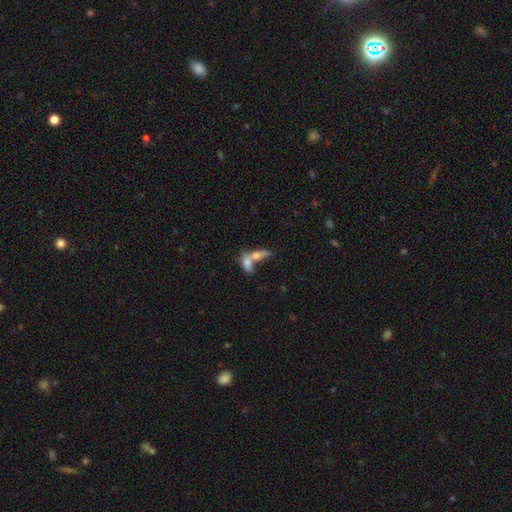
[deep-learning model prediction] Smooth or featured? Predicted: smooth (p=0.67). How rounded? Predicted: in between (p=0.67). Merging? Predicted: merger (p=0.66).